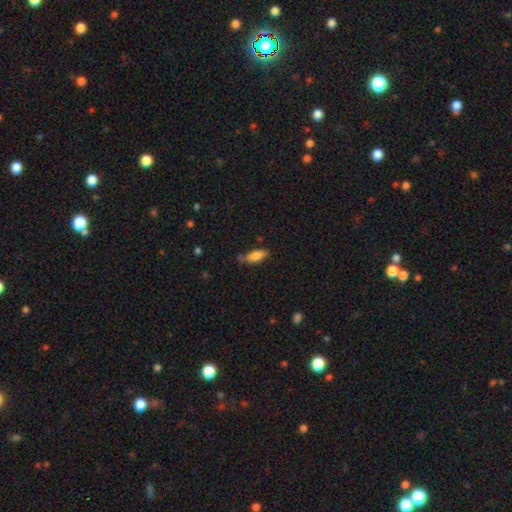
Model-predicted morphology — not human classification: Q: Smooth or featured?
A: smooth (81%); runner-up: featured or disk (11%)
Q: How rounded?
A: in between (82%); runner-up: cigar-shaped (15%)
Q: Merging?
A: none (57%); runner-up: minor disturbance (29%)